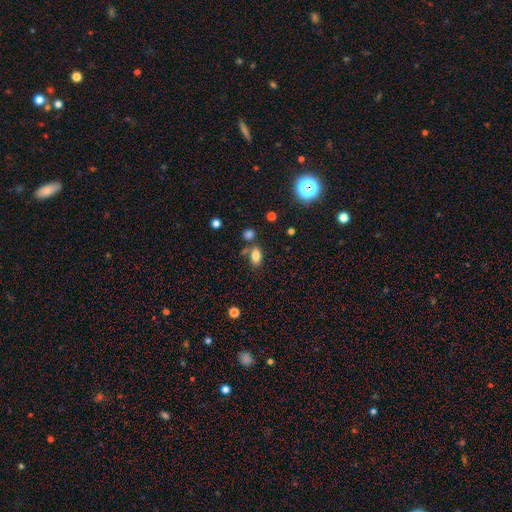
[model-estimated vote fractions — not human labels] Smooth or featured? Predicted: smooth (p=0.81). How rounded? Predicted: in between (p=0.89). Merging? Predicted: none (p=0.64).